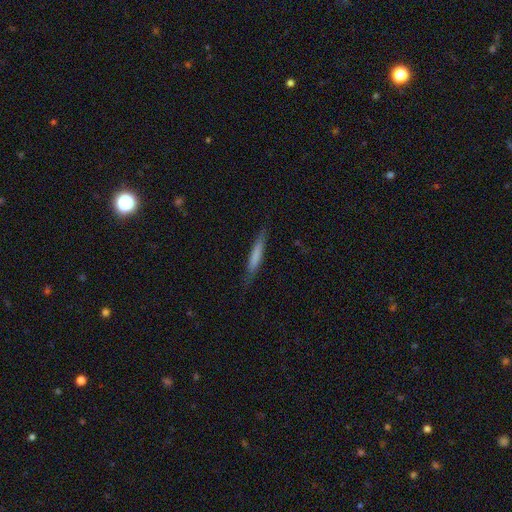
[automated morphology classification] A smooth galaxy with no disk features (70%) that is cigar-shaped (94%). Merging: none (83%).